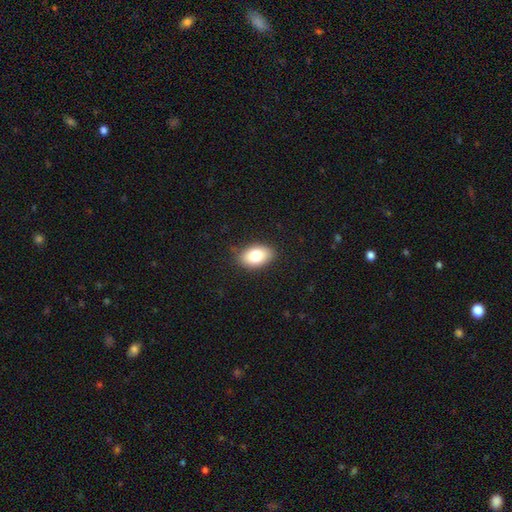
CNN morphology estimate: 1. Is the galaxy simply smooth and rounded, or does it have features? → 82% smooth, 11% featured or disk, 7% star or artifact.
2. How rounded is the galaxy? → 91% in between, 7% round, 2% cigar-shaped.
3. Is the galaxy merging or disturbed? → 86% none, 11% minor disturbance, 2% major disturbance, 1% merger.